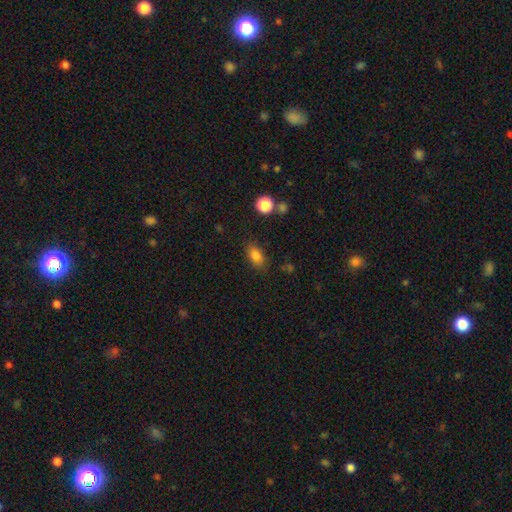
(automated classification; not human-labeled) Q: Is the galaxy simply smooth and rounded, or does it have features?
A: smooth — 82%.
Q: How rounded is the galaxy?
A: in between — 84%.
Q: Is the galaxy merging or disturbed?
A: none — 80%.